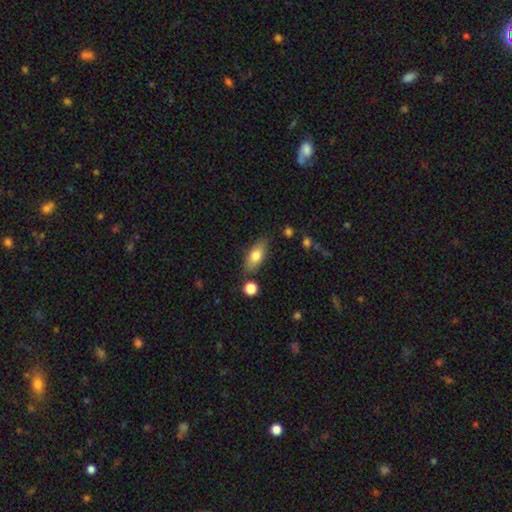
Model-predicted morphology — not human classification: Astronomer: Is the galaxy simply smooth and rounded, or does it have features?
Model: smooth — 75%.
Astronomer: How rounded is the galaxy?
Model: in between — 80%.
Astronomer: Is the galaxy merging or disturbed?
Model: none — 80%.